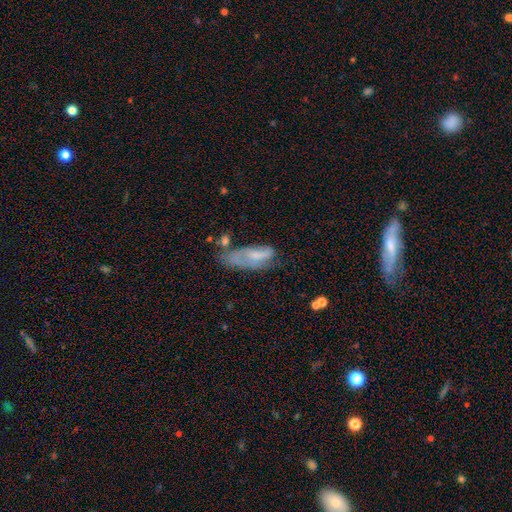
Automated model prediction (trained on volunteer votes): A featured or disk galaxy (49%). Merging: none (40%).